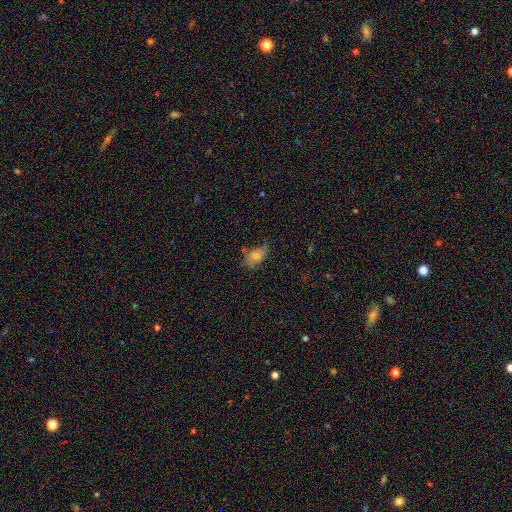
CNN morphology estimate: Smooth or featured?
  - smooth: 52% *
  - featured or disk: 33%
  - star or artifact: 15%
How rounded?
  - in between: 82% *
  - round: 13%
  - cigar-shaped: 5%
Merging?
  - none: 51% *
  - minor disturbance: 31%
  - major disturbance: 16%
  - merger: 3%